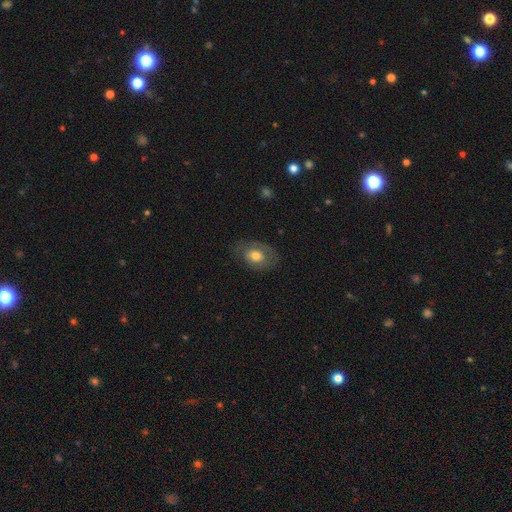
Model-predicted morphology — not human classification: Smooth or featured?
  - smooth: 54% *
  - featured or disk: 39%
  - star or artifact: 7%
How rounded?
  - in between: 73% *
  - round: 26%
  - cigar-shaped: 1%
Merging?
  - none: 67% *
  - minor disturbance: 21%
  - major disturbance: 11%
  - merger: 1%